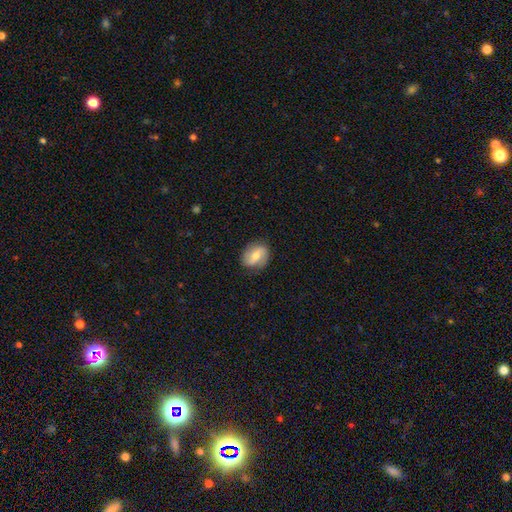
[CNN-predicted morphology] Overall: smooth (48%; featured or disk 45%). Merging: none (80%).